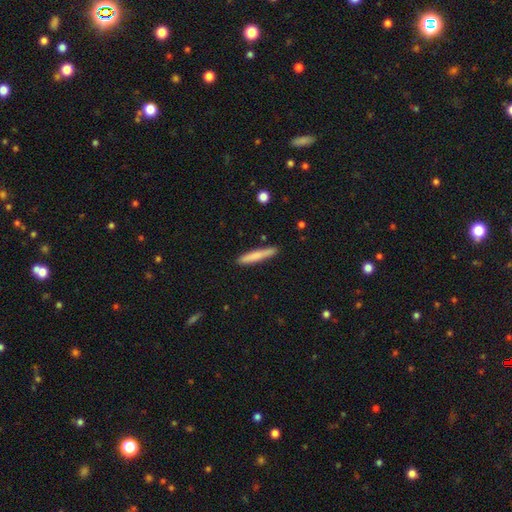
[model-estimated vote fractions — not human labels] A smooth galaxy with no disk features (75%) that is cigar-shaped (94%). Merging: none (87%).